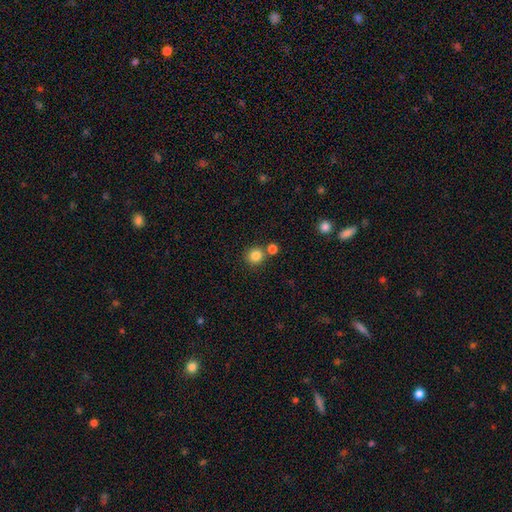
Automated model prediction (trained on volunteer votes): Smooth or featured? Predicted: smooth (p=0.83). How rounded? Predicted: round (p=0.91). Merging? Predicted: none (p=0.72).